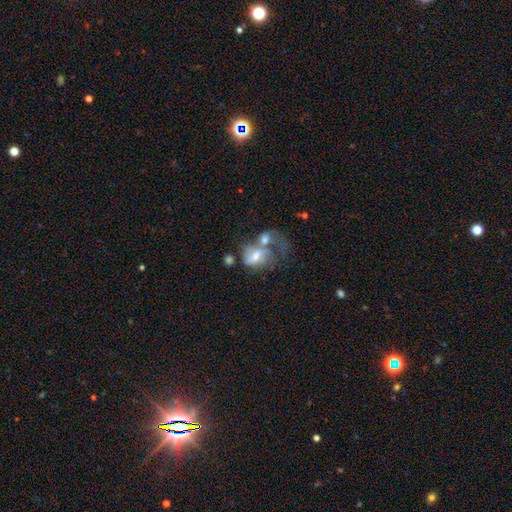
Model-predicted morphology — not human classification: type=featured or disk (47%); merging=merger (49%).